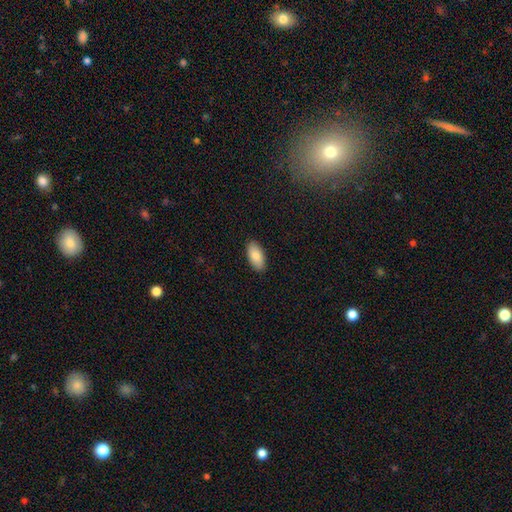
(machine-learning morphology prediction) Smooth or featured? Predicted: smooth (p=0.86). How rounded? Predicted: in between (p=0.93). Merging? Predicted: none (p=0.90).